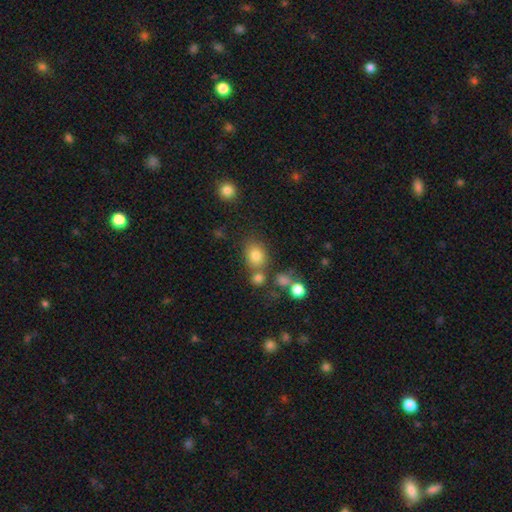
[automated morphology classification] Smooth or featured?
  - smooth: 79% *
  - star or artifact: 13%
  - featured or disk: 8%
How rounded?
  - round: 54% *
  - in between: 45%
  - cigar-shaped: 1%
Merging?
  - none: 62% *
  - merger: 20%
  - minor disturbance: 13%
  - major disturbance: 5%